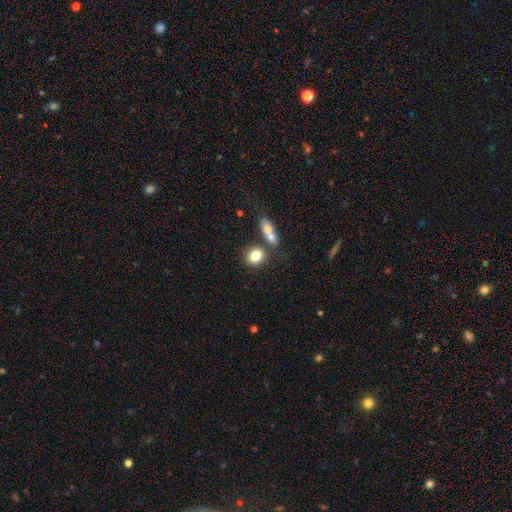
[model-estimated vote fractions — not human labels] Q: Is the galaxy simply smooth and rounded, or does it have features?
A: smooth — 81%.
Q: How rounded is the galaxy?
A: round — 61%.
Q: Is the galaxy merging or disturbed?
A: none — 62%.